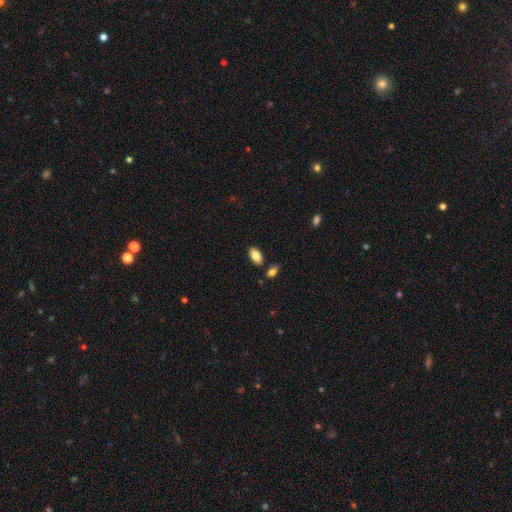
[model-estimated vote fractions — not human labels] This appears to be a smooth galaxy with no disk features (85%) that is in between round and cigar-shaped (94%). Merging: none (81%).